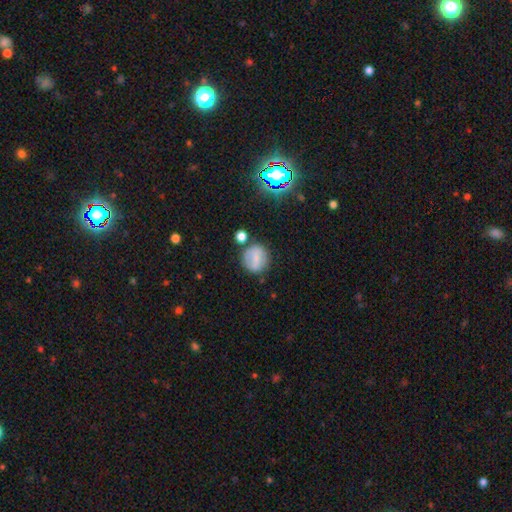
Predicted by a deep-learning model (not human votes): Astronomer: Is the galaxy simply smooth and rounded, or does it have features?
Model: smooth — 65%.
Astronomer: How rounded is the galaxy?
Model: round — 80%.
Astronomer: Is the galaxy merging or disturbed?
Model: none — 67%.